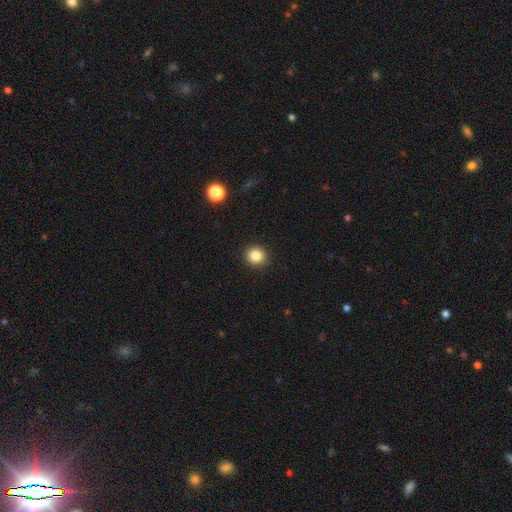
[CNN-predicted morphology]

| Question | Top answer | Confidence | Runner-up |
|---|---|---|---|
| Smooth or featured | smooth | 85% | star or artifact (11%) |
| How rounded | round | 89% | in between (10%) |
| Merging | none | 92% | minor disturbance (6%) |